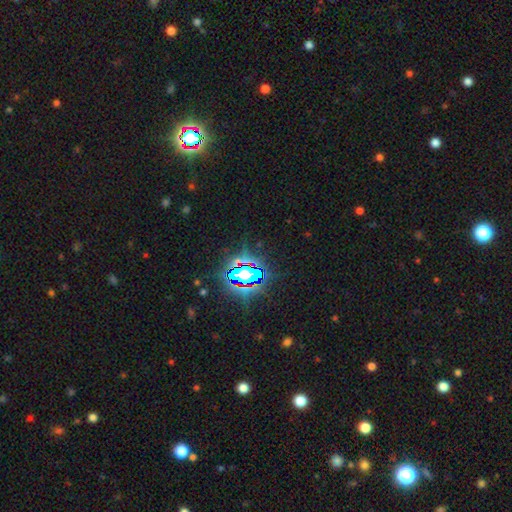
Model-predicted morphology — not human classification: The model was most divided on "smooth or featured": star or artifact: 82%, smooth: 11%, featured or disk: 7%.